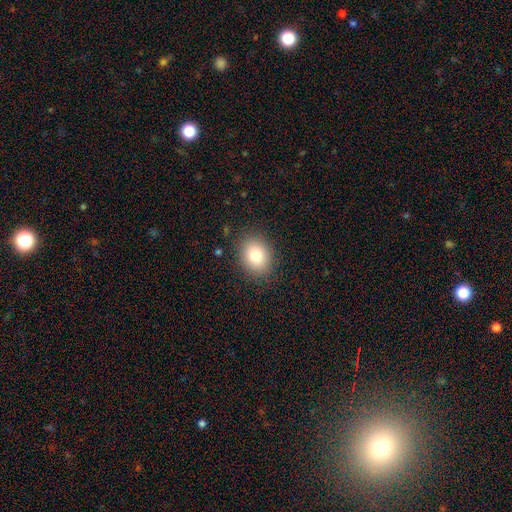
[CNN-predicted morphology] Smooth or featured: smooth — 81% (star or artifact — 10%)
How rounded: round — 52% (in between — 47%)
Merging: none — 87% (minor disturbance — 9%)